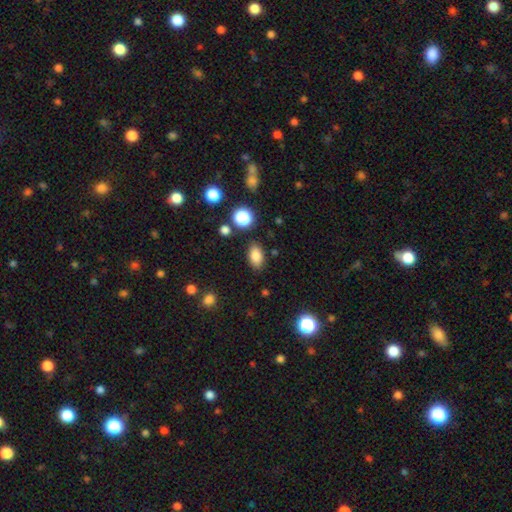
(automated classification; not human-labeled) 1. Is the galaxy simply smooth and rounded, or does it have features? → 83% smooth, 11% star or artifact, 6% featured or disk.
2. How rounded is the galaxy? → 89% in between, 9% round, 2% cigar-shaped.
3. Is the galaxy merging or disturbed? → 84% none, 10% minor disturbance, 3% major disturbance, 3% merger.